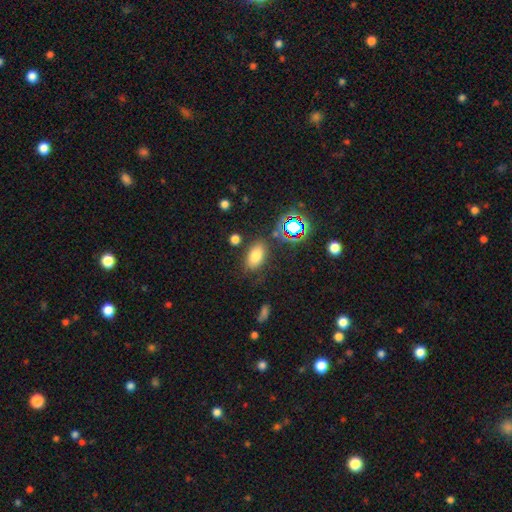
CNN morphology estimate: This appears to be a smooth galaxy with no disk features (73%) that is in between round and cigar-shaped (88%). Merging: none (79%).